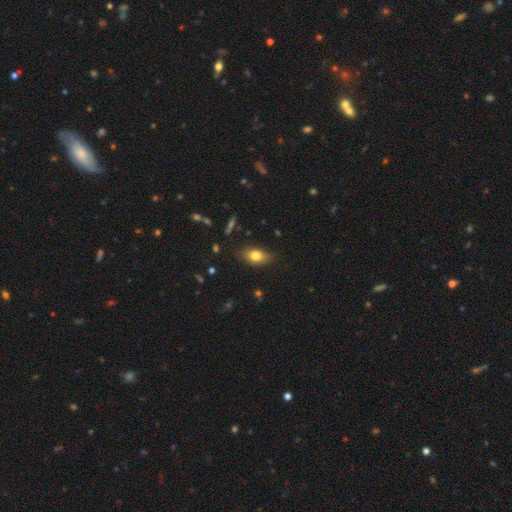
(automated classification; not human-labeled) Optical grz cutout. It shows a smooth galaxy with no disk features (78%) that is in between round and cigar-shaped (83%). Merging: none (80%).